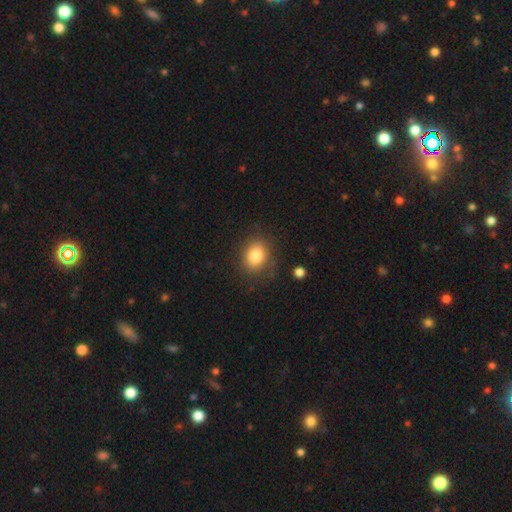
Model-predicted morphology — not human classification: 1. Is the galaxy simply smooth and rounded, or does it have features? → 83% smooth, 9% star or artifact, 8% featured or disk.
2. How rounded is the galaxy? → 50% round, 49% in between, 1% cigar-shaped.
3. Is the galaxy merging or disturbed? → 81% none, 13% minor disturbance, 4% major disturbance, 2% merger.